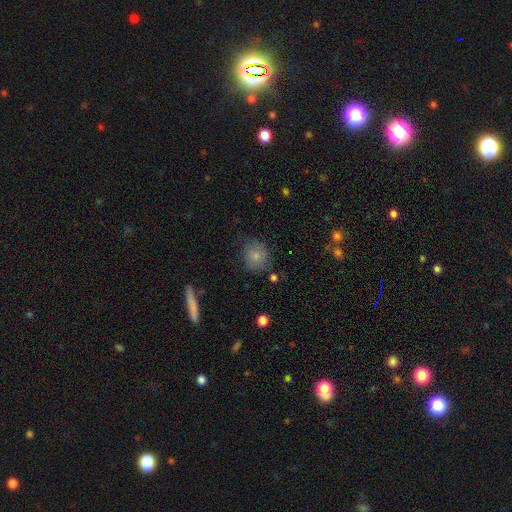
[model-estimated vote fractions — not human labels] This is likely a smooth galaxy (80%). How rounded: clearly round (83%). Merging: likely none (78%).